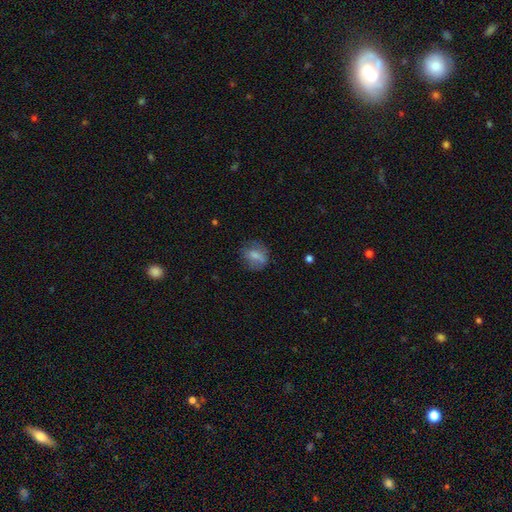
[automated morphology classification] type=smooth (67%); roundness=round (54%); merging=none (63%).